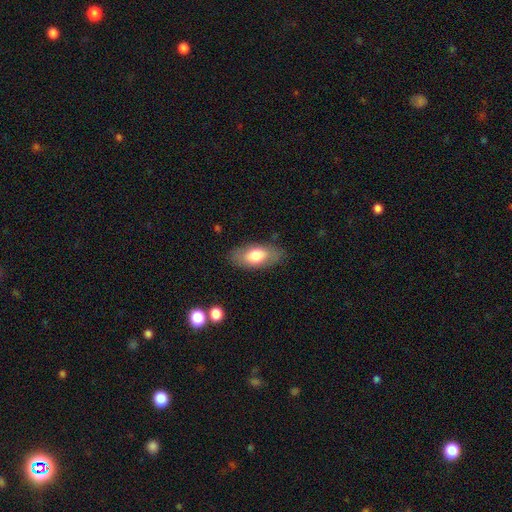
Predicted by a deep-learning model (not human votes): Smooth or featured? smooth (71%)
How rounded? in between (90%)
Merging? none (82%)